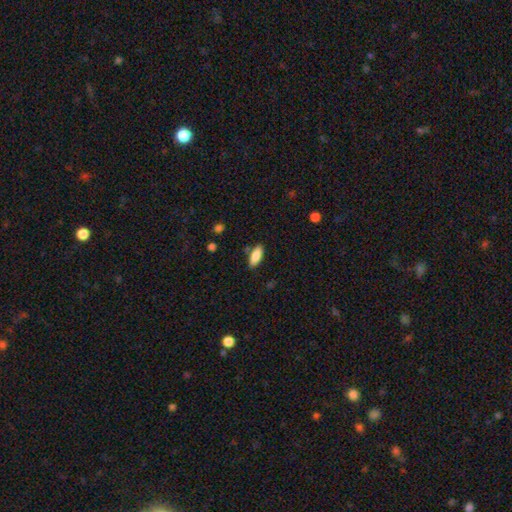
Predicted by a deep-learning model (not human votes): smooth-or-featured: smooth: 86% | featured or disk: 7% | star or artifact: 7%
  how-rounded: in between: 77% | cigar-shaped: 21% | round: 2%
  merging: none: 81% | minor disturbance: 12% | merger: 3% | major disturbance: 3%